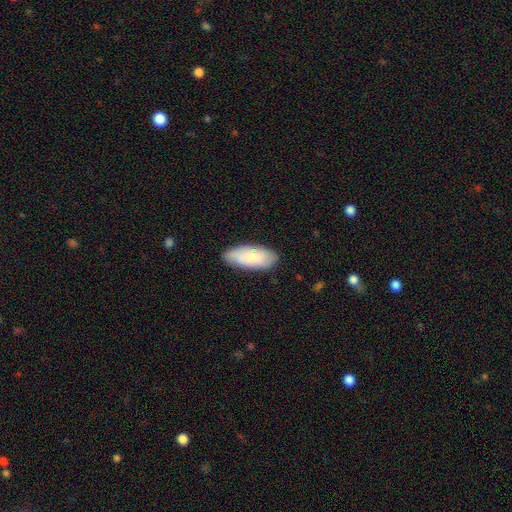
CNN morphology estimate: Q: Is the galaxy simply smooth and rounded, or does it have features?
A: smooth — 73%.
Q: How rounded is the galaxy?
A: in between — 87%.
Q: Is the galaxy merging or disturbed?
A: none — 80%.